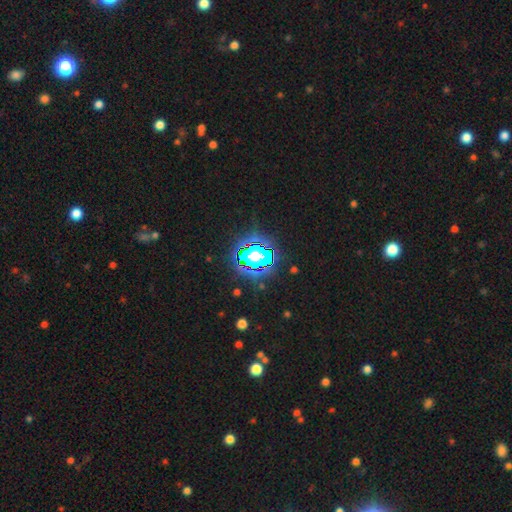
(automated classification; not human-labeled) A star or artifact, not a galaxy (62%).

Vote fractions:
- Smooth or featured? star or artifact: 62% / smooth: 23% / featured or disk: 15%